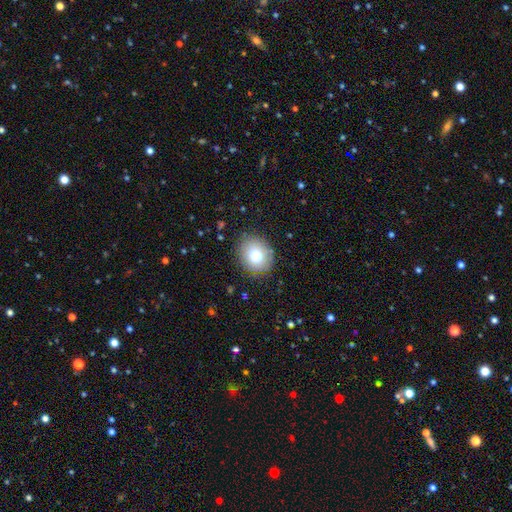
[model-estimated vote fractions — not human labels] Smooth or featured? smooth (76%)
How rounded? round (68%)
Merging? none (86%)